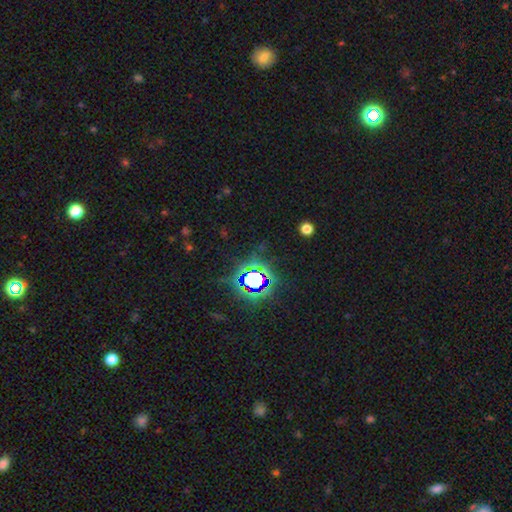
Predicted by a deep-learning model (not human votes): Smooth or featured? star or artifact (80%)